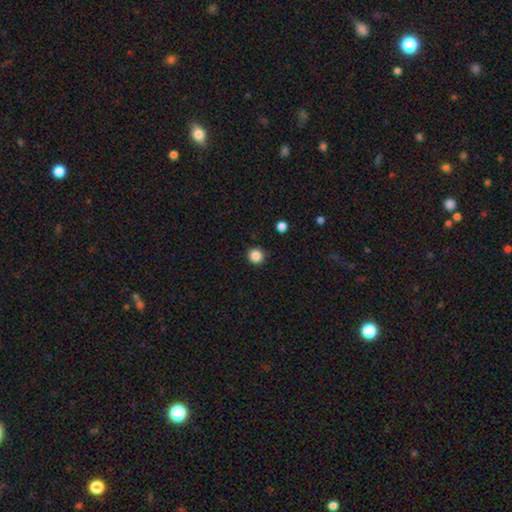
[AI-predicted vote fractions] A smooth galaxy with no disk features (86%) that is round (93%). Merging: none (92%).